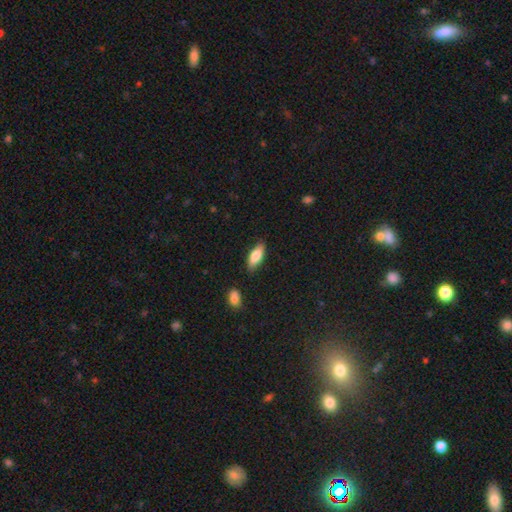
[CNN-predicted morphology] This appears to be a smooth galaxy with no disk features (79%) that is in between round and cigar-shaped (72%). Merging: none (80%).